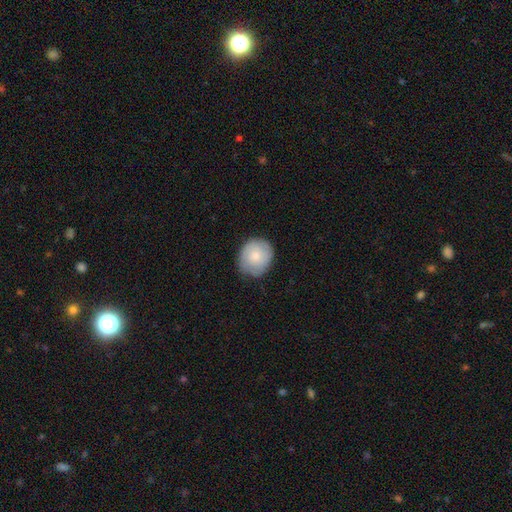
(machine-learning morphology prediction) smooth_or_featured: smooth (p=0.66) [alt: featured or disk p=0.28]
how_rounded: round (p=0.74) [alt: in between p=0.25]
merging: none (p=0.73) [alt: minor disturbance p=0.22]